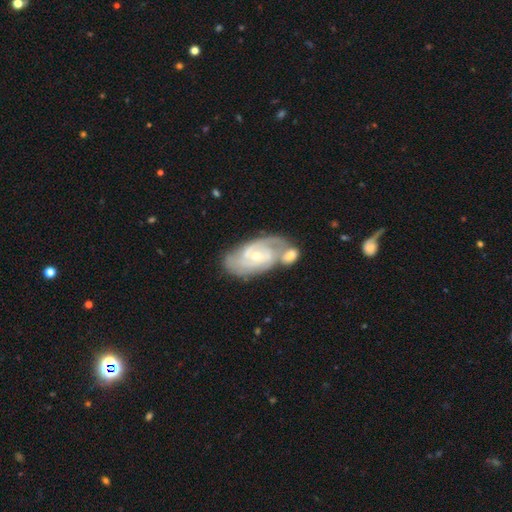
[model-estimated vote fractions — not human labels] Overall: featured or disk (85%). Edge-on disk: no (96%). Bar: weak (46%; no 40%). Spiral arms: yes (95%). Spiral arm count: 2 (62%). Spiral winding: tight (51%; medium 39%). Bulge size: small (57%; moderate 39%). Merging: merger (45%; none 34%).